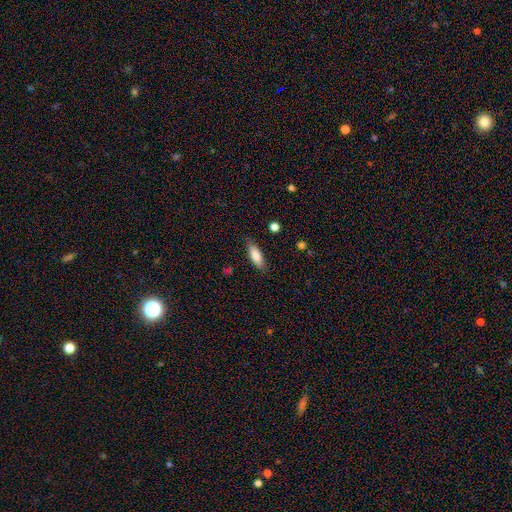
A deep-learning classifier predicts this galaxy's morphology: The model was most divided on "how rounded": in between: 64%, cigar-shaped: 34%, round: 2%. More confident: merging — none (81%); smooth or featured — smooth (79%).